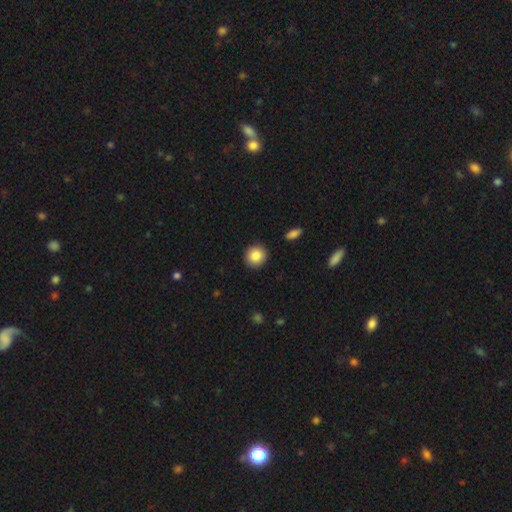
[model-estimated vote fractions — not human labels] smooth_or_featured: smooth (p=0.86) [alt: star or artifact p=0.08]
how_rounded: round (p=0.90) [alt: in between p=0.09]
merging: none (p=0.91) [alt: minor disturbance p=0.06]